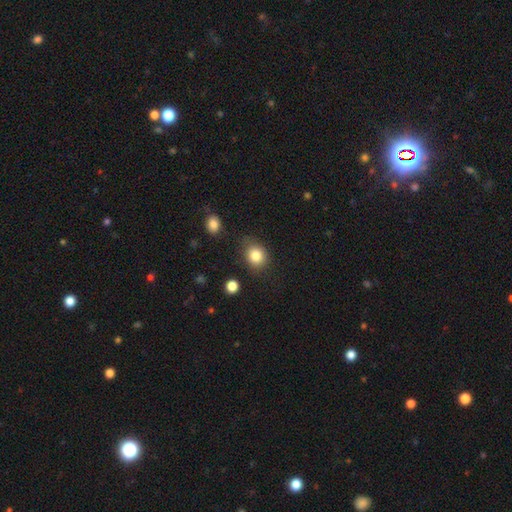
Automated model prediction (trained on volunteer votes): Smooth or featured? Predicted: smooth (p=0.83). How rounded? Predicted: round (p=0.68). Merging? Predicted: none (p=0.76).